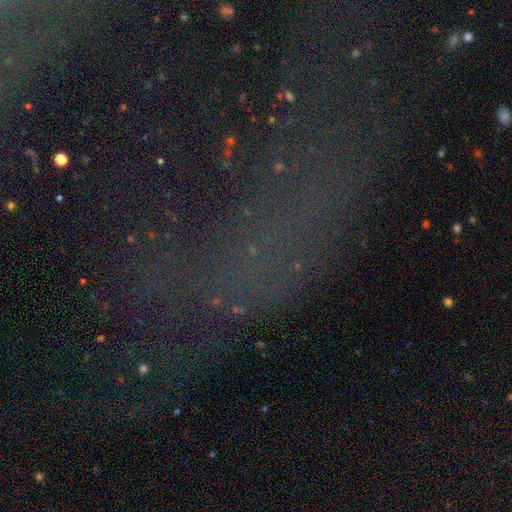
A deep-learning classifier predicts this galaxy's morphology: Q: Smooth or featured?
A: star or artifact (52%); runner-up: featured or disk (24%)